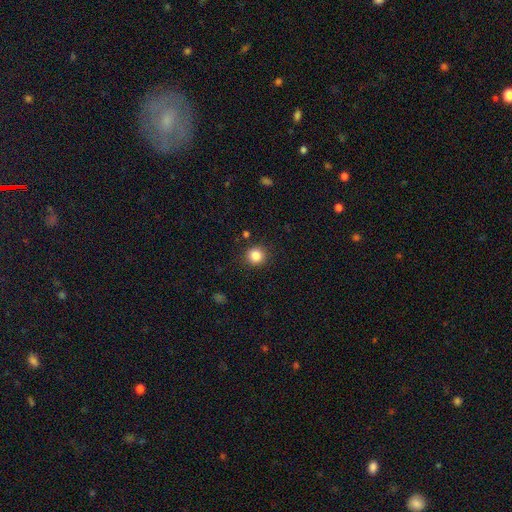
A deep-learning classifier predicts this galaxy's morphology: smooth_or_featured: smooth (p=0.85) [alt: star or artifact p=0.11]
how_rounded: round (p=0.91) [alt: in between p=0.08]
merging: none (p=0.89) [alt: minor disturbance p=0.07]